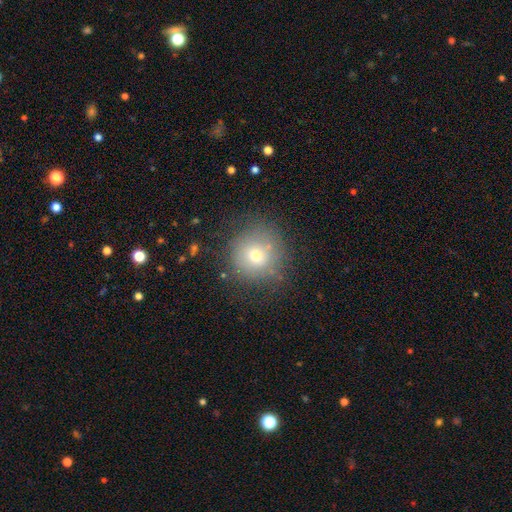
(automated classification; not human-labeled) This is likely a smooth galaxy (69%). How rounded: clearly round (93%). Merging: likely none (76%).